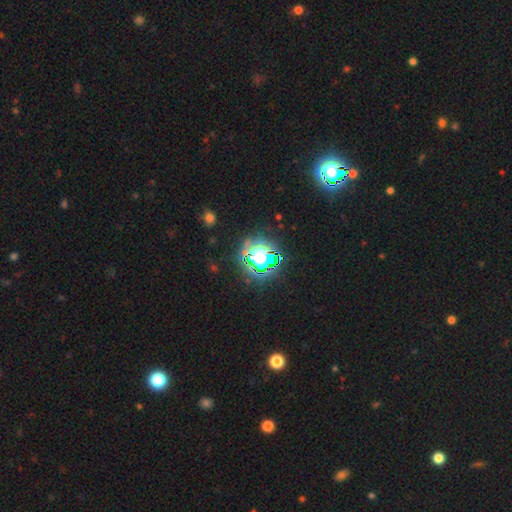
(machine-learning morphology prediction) Smooth or featured? star or artifact (66%)